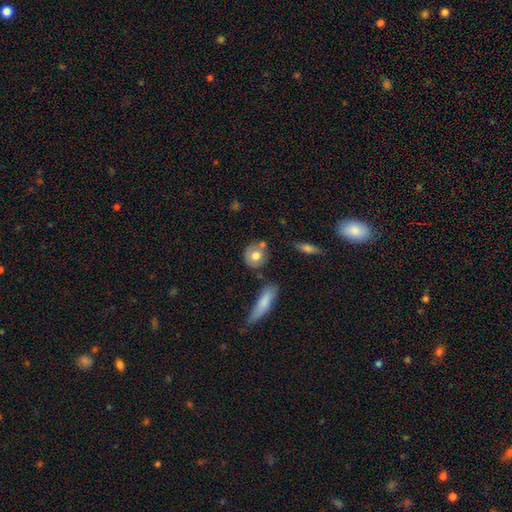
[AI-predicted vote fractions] This appears to be a smooth galaxy with no disk features (72%) that is round (76%). Merging: none (69%).